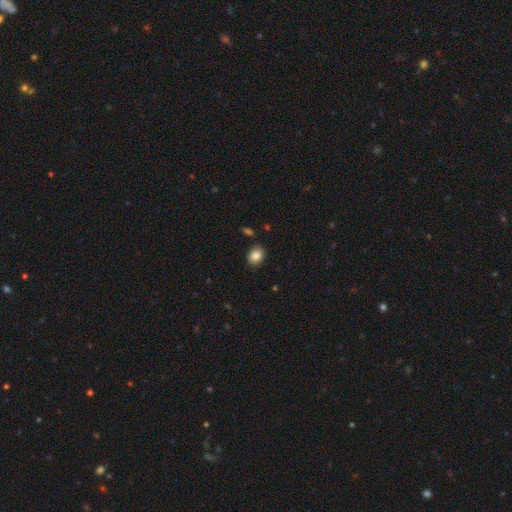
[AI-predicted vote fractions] smooth 85%, star or artifact 9%, featured or disk 6%. Down the decision tree: how rounded — round (51%); merging — none (88%).